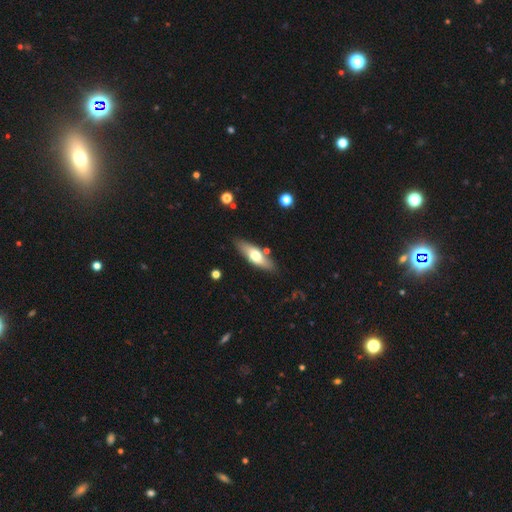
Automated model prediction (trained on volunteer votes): Smooth or featured?
  - smooth: 54% *
  - featured or disk: 41%
  - star or artifact: 6%
How rounded?
  - in between: 50% *
  - cigar-shaped: 47%
  - round: 2%
Merging?
  - none: 83% *
  - minor disturbance: 11%
  - merger: 4%
  - major disturbance: 2%